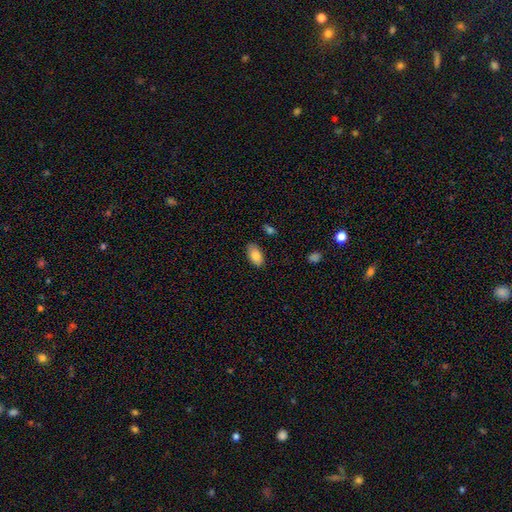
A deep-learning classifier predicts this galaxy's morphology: smooth-or-featured: smooth: 82% | featured or disk: 11% | star or artifact: 7%
  how-rounded: in between: 94% | round: 4% | cigar-shaped: 2%
  merging: none: 84% | minor disturbance: 12% | major disturbance: 2% | merger: 2%